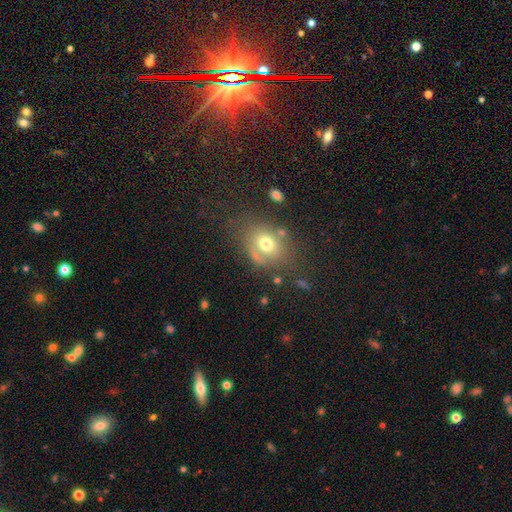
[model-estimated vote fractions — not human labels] smooth-or-featured: smooth: 58% | featured or disk: 26% | star or artifact: 15%
  how-rounded: in between: 56% | round: 43% | cigar-shaped: 2%
  merging: none: 60% | minor disturbance: 21% | major disturbance: 12% | merger: 6%